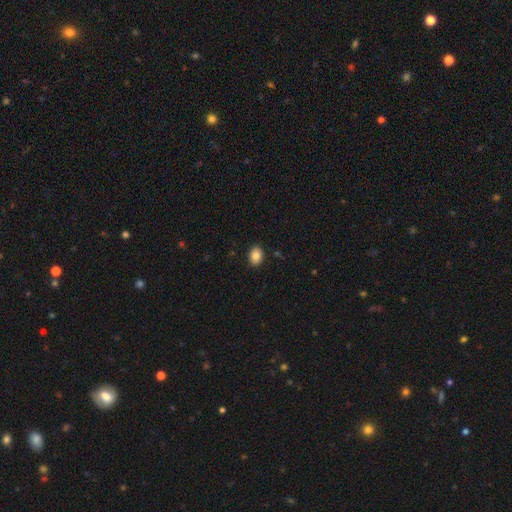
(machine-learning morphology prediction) Q: Smooth or featured?
A: smooth (85%); runner-up: star or artifact (8%)
Q: How rounded?
A: in between (74%); runner-up: round (25%)
Q: Merging?
A: none (89%); runner-up: minor disturbance (8%)